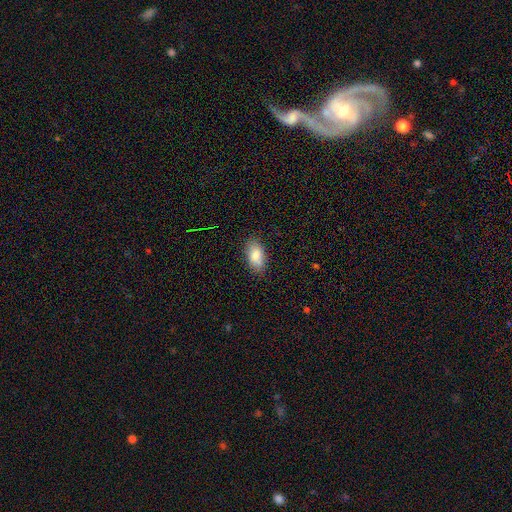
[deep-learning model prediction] A smooth galaxy with no disk features (85%) that is in between round and cigar-shaped (93%).

Vote fractions:
- Smooth or featured? smooth: 85% / featured or disk: 8% / star or artifact: 7%
- How rounded? in between: 93% / round: 4% / cigar-shaped: 3%
- Merging? none: 82% / minor disturbance: 14% / major disturbance: 3% / merger: 1%